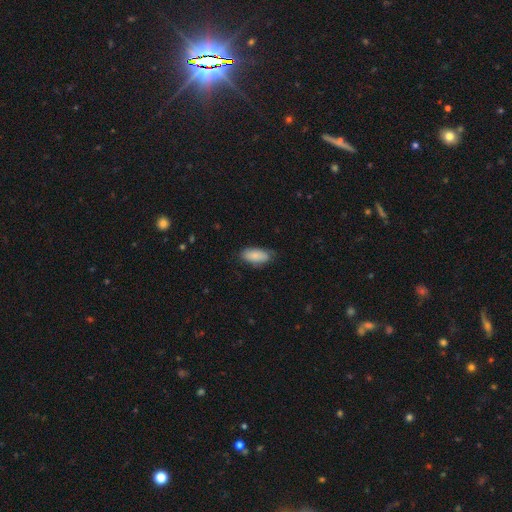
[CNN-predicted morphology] This appears to be a smooth galaxy with no disk features (82%) that is in between round and cigar-shaped (90%). Merging: none (72%).